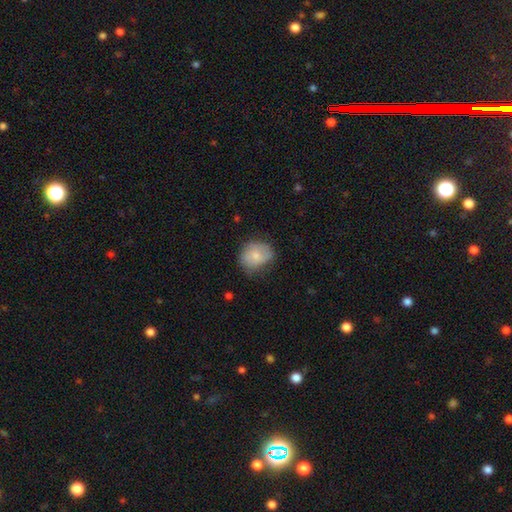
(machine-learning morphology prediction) smooth_or_featured: smooth (p=0.72) [alt: featured or disk p=0.20]
how_rounded: round (p=0.62) [alt: in between p=0.37]
merging: none (p=0.61) [alt: minor disturbance p=0.30]